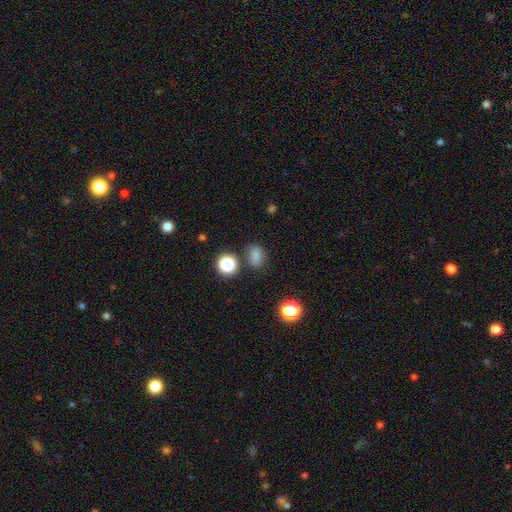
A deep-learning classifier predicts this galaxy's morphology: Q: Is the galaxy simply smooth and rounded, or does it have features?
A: smooth — 77%.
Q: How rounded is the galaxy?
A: in between — 68%.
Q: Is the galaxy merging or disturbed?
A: none — 78%.